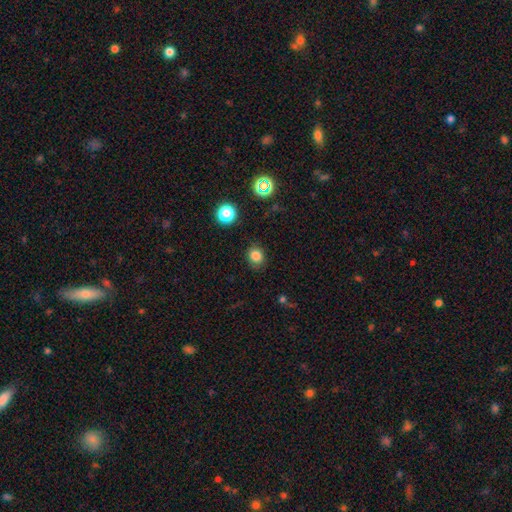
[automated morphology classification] smooth_or_featured: smooth (p=0.81) [alt: star or artifact p=0.14]
how_rounded: round (p=0.68) [alt: in between p=0.31]
merging: none (p=0.84) [alt: minor disturbance p=0.12]